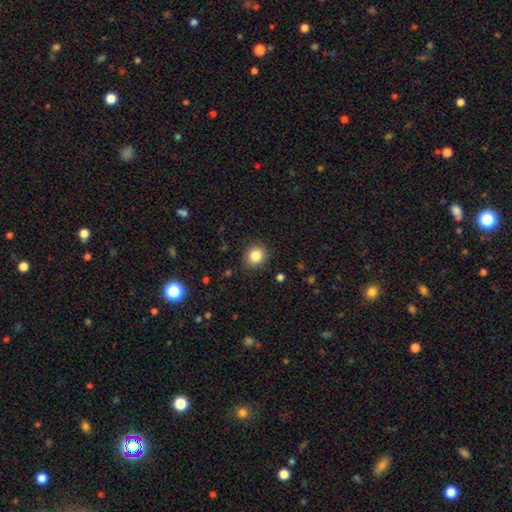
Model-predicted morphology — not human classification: smooth 85%, star or artifact 10%, featured or disk 5%. Down the decision tree: how rounded — round (78%); merging — none (88%).